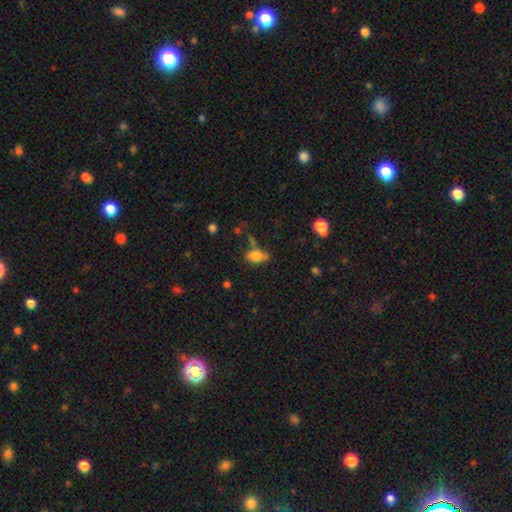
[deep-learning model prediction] Smooth or featured? smooth (77%)
How rounded? in between (85%)
Merging? none (52%)